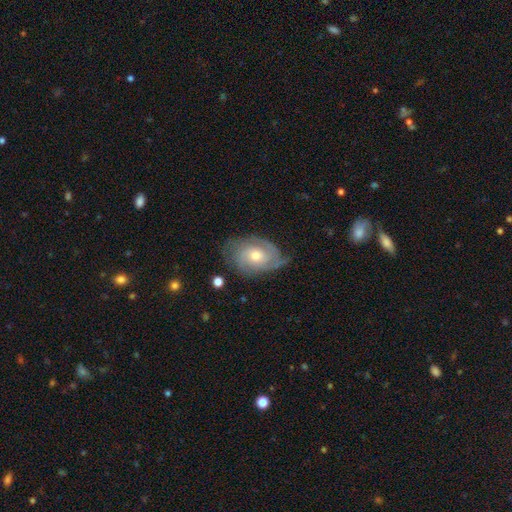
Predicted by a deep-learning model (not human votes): Smooth or featured? Predicted: featured or disk (p=0.77). Edge-on disk? Predicted: no (p=0.96). Bar? Predicted: no (p=0.76). Spiral arms? Predicted: yes (p=0.92). Spiral winding? Predicted: tight (p=0.60). Spiral arm count? Predicted: can't tell (p=0.31). Bulge size? Predicted: moderate (p=0.62). Merging? Predicted: none (p=0.68).